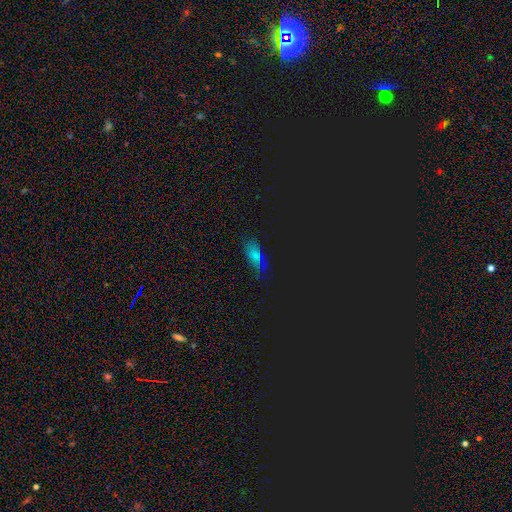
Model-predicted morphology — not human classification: This is possibly a smooth galaxy (46%). Merging: likely none (78%).